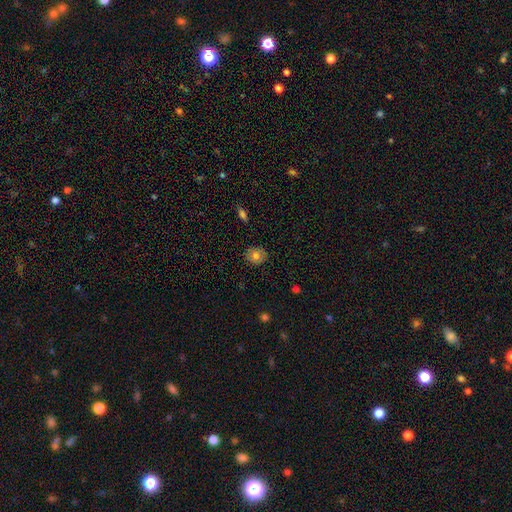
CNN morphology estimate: Q: Smooth or featured?
A: smooth (75%); runner-up: featured or disk (16%)
Q: How rounded?
A: round (70%); runner-up: in between (29%)
Q: Merging?
A: none (85%); runner-up: minor disturbance (12%)